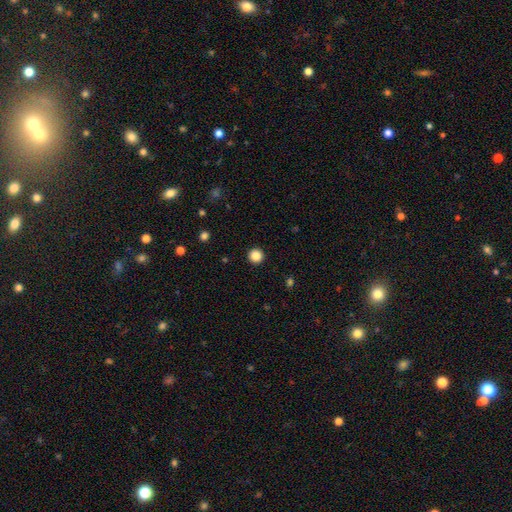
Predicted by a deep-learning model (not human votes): Smooth or featured: smooth — 85% (star or artifact — 11%)
How rounded: round — 96% (in between — 3%)
Merging: none — 94% (minor disturbance — 4%)